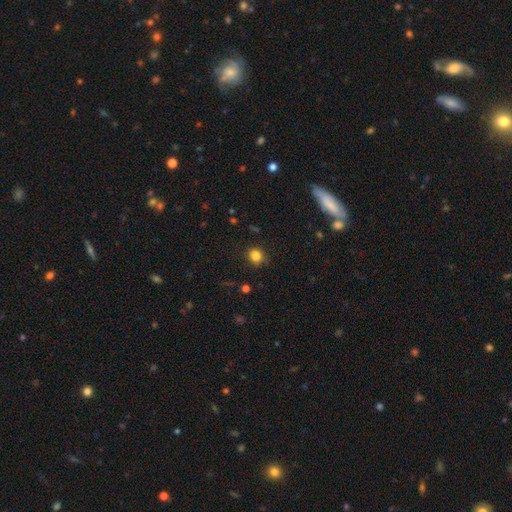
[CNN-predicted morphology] type=smooth (83%); roundness=round (78%); merging=none (81%).